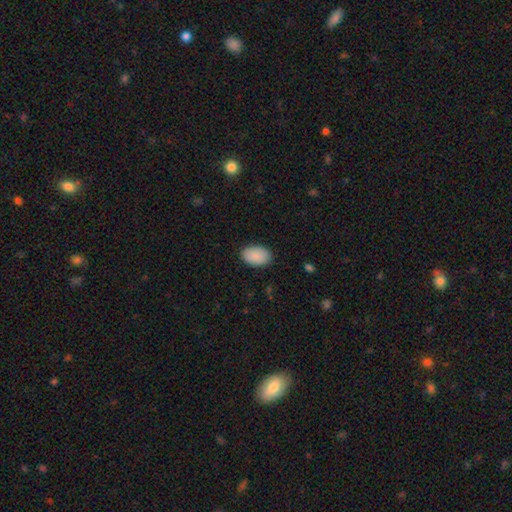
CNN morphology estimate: Smooth or featured: smooth — 90% (star or artifact — 6%)
How rounded: in between — 91% (round — 8%)
Merging: none — 87% (minor disturbance — 10%)